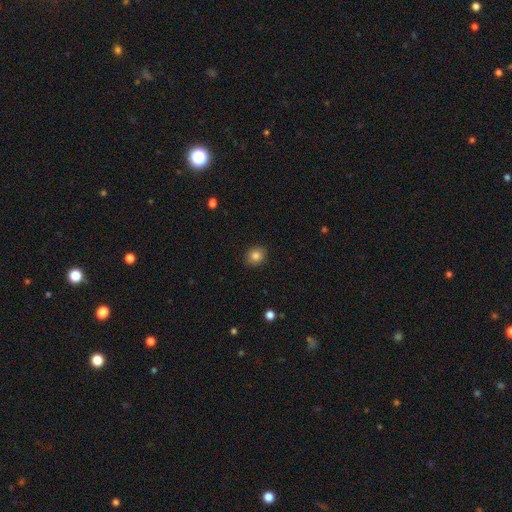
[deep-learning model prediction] A smooth galaxy with no disk features (83%) that is round (75%).

Vote fractions:
- Smooth or featured? smooth: 83% / star or artifact: 11% / featured or disk: 6%
- How rounded? round: 75% / in between: 25% / cigar-shaped: 1%
- Merging? none: 90% / minor disturbance: 7% / major disturbance: 2% / merger: 1%